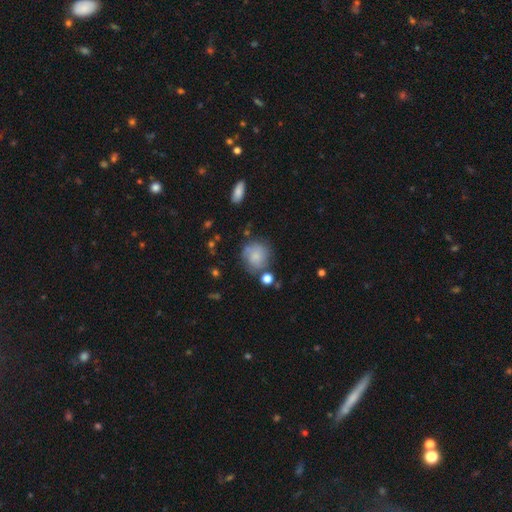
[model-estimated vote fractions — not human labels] Q: Smooth or featured?
A: smooth (70%); runner-up: featured or disk (21%)
Q: How rounded?
A: round (83%); runner-up: in between (16%)
Q: Merging?
A: none (60%); runner-up: minor disturbance (23%)